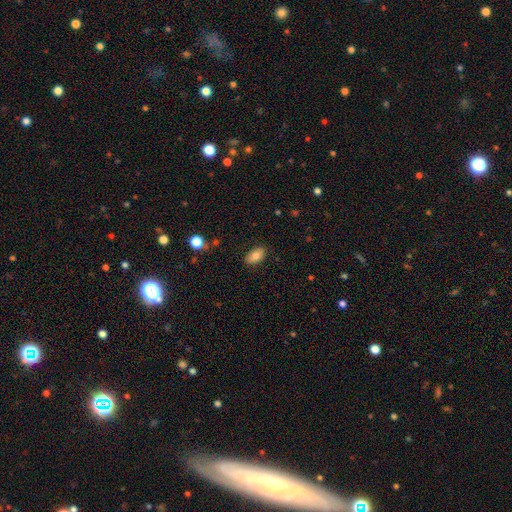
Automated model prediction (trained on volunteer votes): This appears to be a smooth galaxy with no disk features (79%) that is in between round and cigar-shaped (91%). Merging: none (84%).